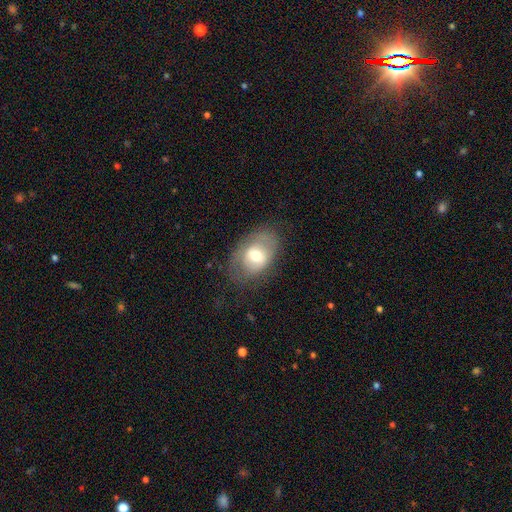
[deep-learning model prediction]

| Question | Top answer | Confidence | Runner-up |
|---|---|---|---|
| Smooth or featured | smooth | 58% | featured or disk (34%) |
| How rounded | in between | 80% | round (19%) |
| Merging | none | 66% | minor disturbance (22%) |